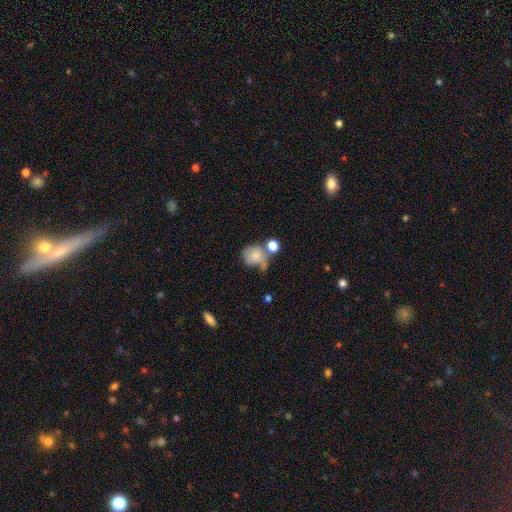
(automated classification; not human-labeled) Q: Smooth or featured?
A: smooth (69%); runner-up: featured or disk (21%)
Q: How rounded?
A: round (61%); runner-up: in between (38%)
Q: Merging?
A: merger (30%); runner-up: none (28%)